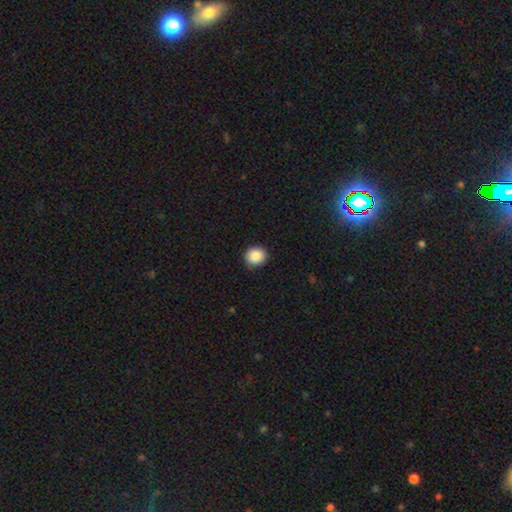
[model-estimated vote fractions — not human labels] Overall: smooth (87%). How rounded: round (89%). Merging: none (88%).